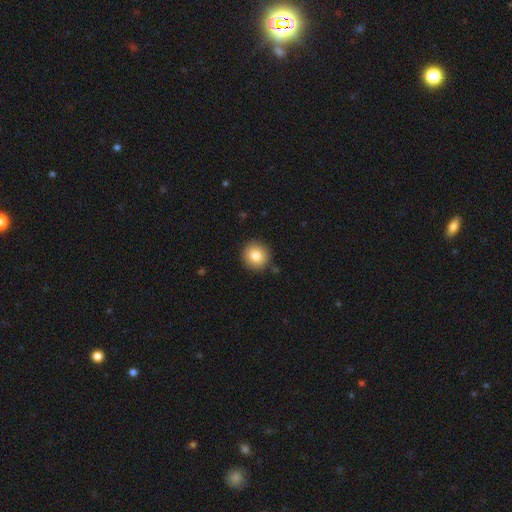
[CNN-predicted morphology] smooth_or_featured: smooth (p=0.82) [alt: star or artifact p=0.09]
how_rounded: round (p=0.93) [alt: in between p=0.06]
merging: none (p=0.90) [alt: minor disturbance p=0.06]